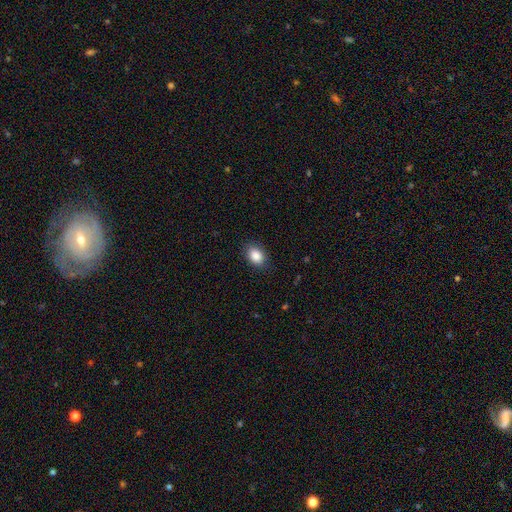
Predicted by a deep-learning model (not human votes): Overall: smooth (88%). How rounded: in between (74%). Merging: none (86%).